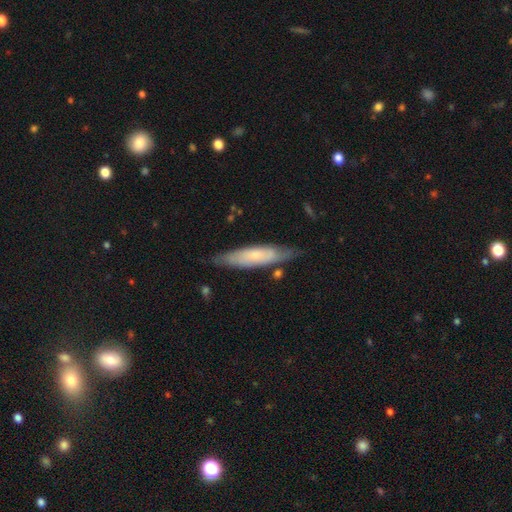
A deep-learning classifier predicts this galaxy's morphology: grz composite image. It shows a smooth galaxy with no disk features (56%) that is cigar-shaped (75%). Merging: none (76%).